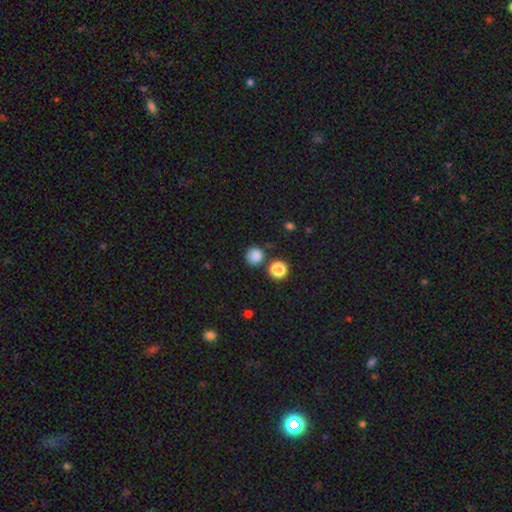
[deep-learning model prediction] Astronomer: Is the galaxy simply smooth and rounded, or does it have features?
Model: smooth — 83%.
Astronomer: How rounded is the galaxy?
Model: round — 92%.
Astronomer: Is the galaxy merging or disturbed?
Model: none — 79%.